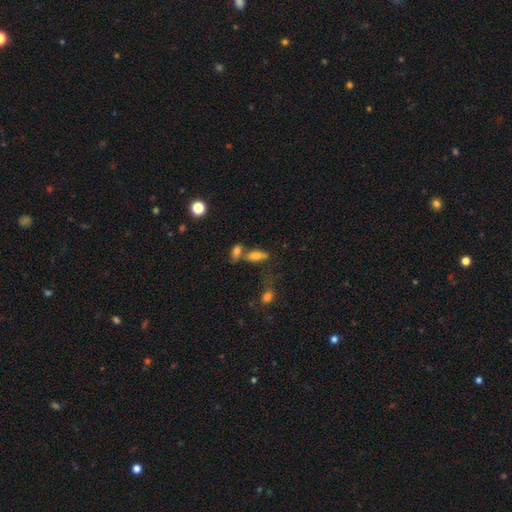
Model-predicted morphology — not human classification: A smooth galaxy with no disk features (69%) that is in between round and cigar-shaped (71%).

Vote fractions:
- Smooth or featured? smooth: 69% / featured or disk: 16% / star or artifact: 15%
- How rounded? in between: 71% / cigar-shaped: 22% / round: 7%
- Merging? none: 46% / merger: 35% / minor disturbance: 13% / major disturbance: 7%